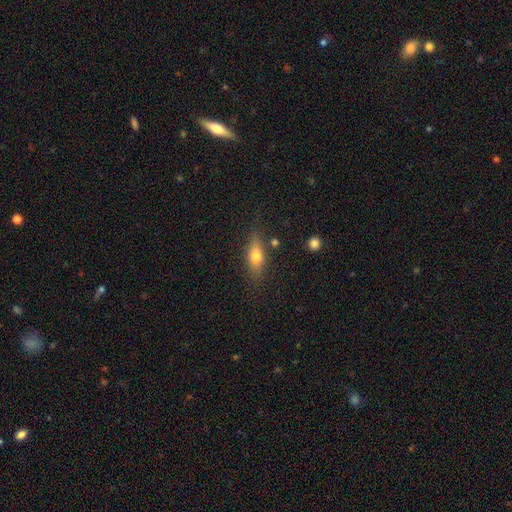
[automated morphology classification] A smooth galaxy with no disk features (67%) that is in between round and cigar-shaped (66%). Merging: none (79%).